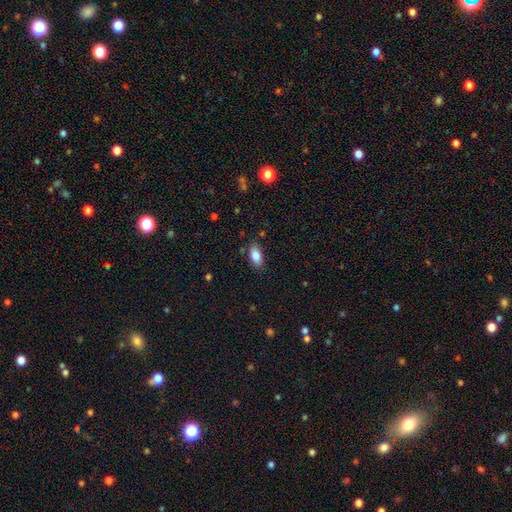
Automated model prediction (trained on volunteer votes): Morphology: type=smooth (86%); roundness=in between (90%); merging=none (80%).